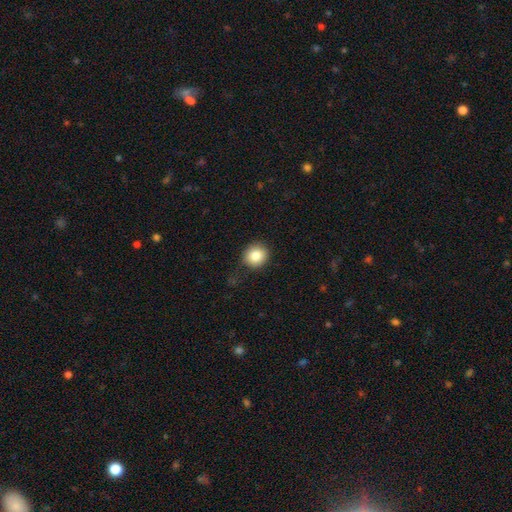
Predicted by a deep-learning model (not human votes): Smooth or featured?
  - smooth: 84% *
  - star or artifact: 10%
  - featured or disk: 7%
How rounded?
  - round: 86% *
  - in between: 13%
  - cigar-shaped: 1%
Merging?
  - none: 83% *
  - minor disturbance: 13%
  - major disturbance: 4%
  - merger: 1%